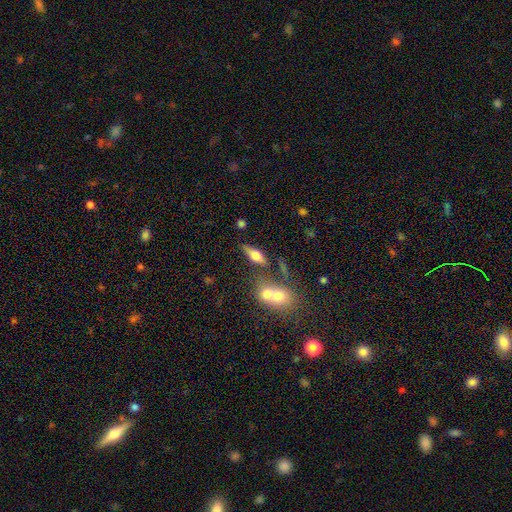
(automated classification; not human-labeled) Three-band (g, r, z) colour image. It shows a smooth galaxy with no disk features (46%). Merging: none (62%).